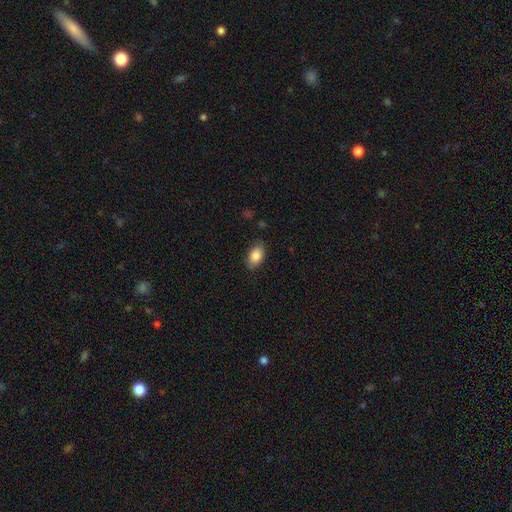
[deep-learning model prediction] The model was most divided on "merging": none: 85%, minor disturbance: 11%, major disturbance: 3%, merger: 1%. More confident: how rounded — in between (90%); smooth or featured — smooth (85%).